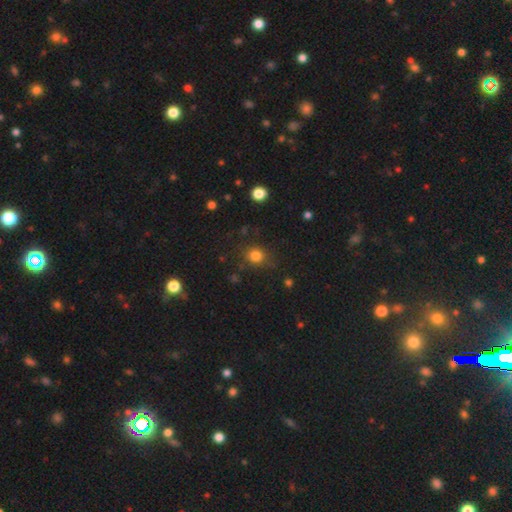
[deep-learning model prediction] smooth 81%, star or artifact 14%, featured or disk 6%. Down the decision tree: how rounded — round (79%); merging — none (81%).